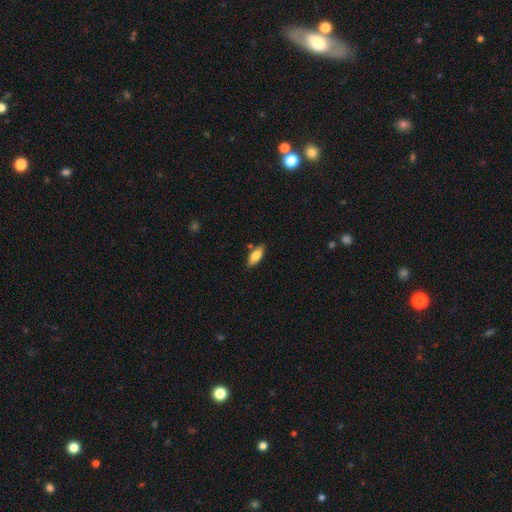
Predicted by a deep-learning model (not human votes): Smooth or featured: smooth — 82% (featured or disk — 12%)
How rounded: in between — 76% (cigar-shaped — 22%)
Merging: none — 81% (minor disturbance — 13%)